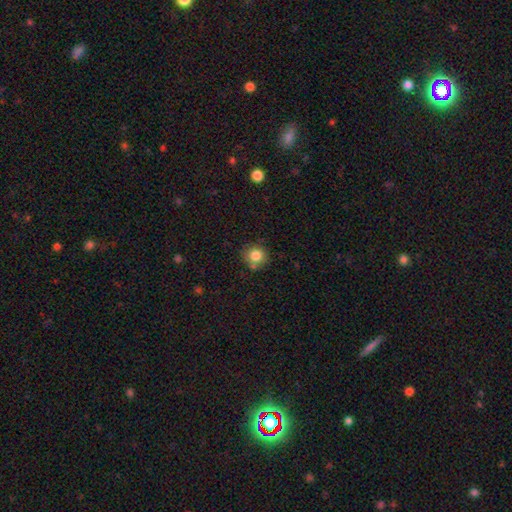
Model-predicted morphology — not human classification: This appears to be a smooth galaxy with no disk features (83%) that is round (88%). Merging: none (73%).